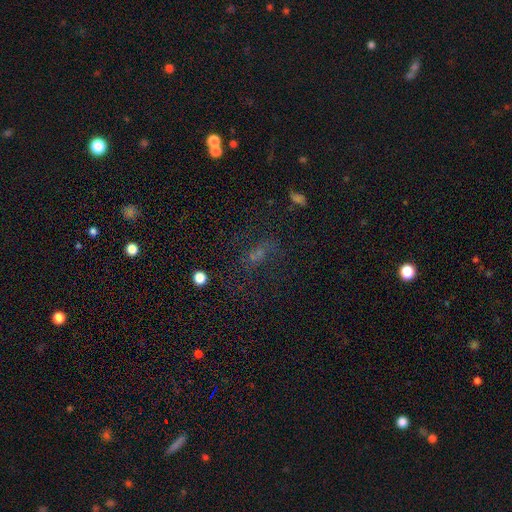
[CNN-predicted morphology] Smooth or featured? Predicted: star or artifact (p=0.44).